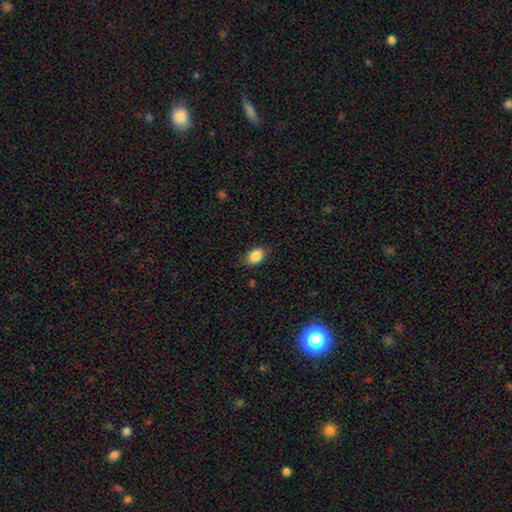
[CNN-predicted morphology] The model was most divided on "merging": none: 83%, minor disturbance: 13%, major disturbance: 3%, merger: 1%. More confident: smooth or featured — smooth (88%); how rounded — in between (86%).